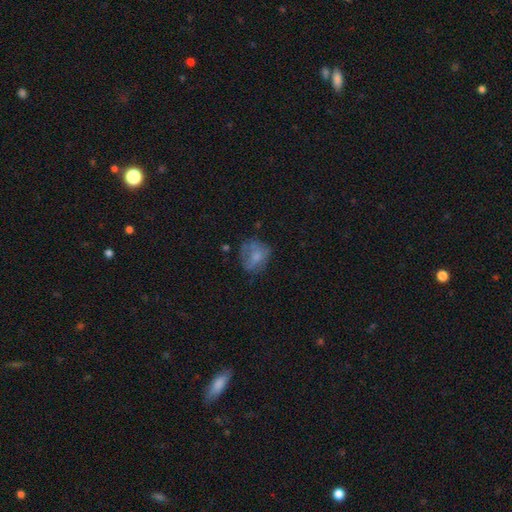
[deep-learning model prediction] Smooth or featured: smooth — 61% (featured or disk — 29%)
How rounded: round — 66% (in between — 33%)
Merging: none — 51% (minor disturbance — 27%)